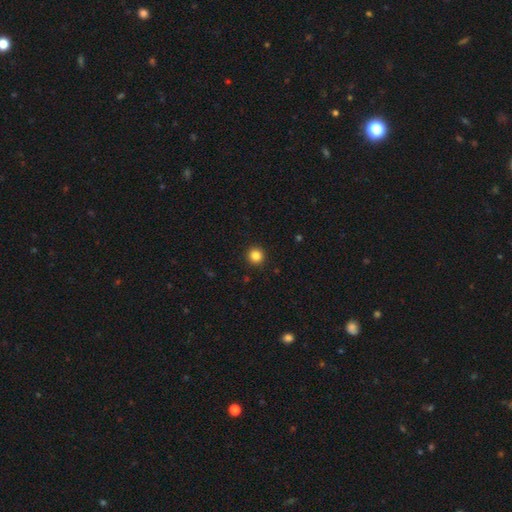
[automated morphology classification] smooth 85%, star or artifact 11%, featured or disk 4%. Down the decision tree: how rounded — round (94%); merging — none (93%).